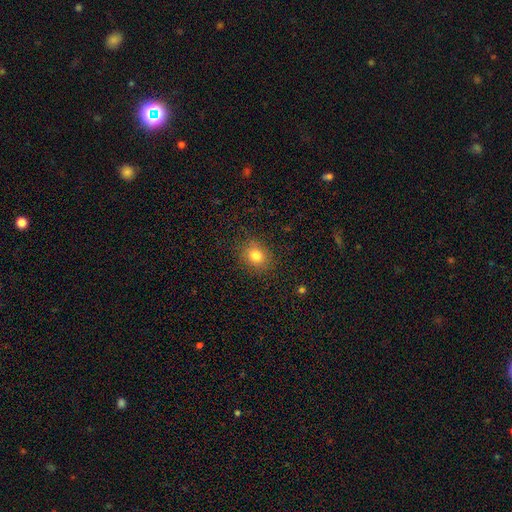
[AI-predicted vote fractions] Smooth or featured? smooth (80%)
How rounded? round (69%)
Merging? none (86%)